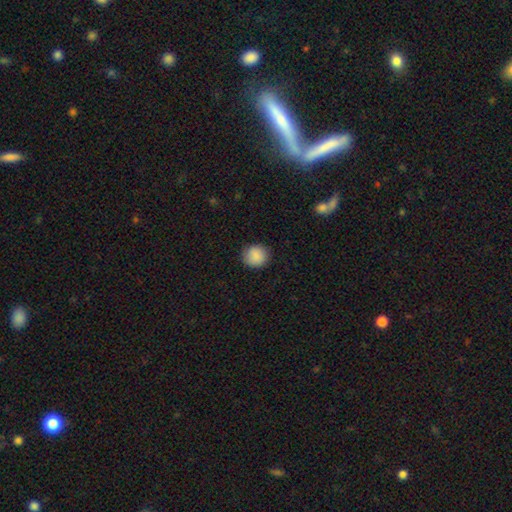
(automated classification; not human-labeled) Overall: smooth (88%). How rounded: round (88%). Merging: none (87%).